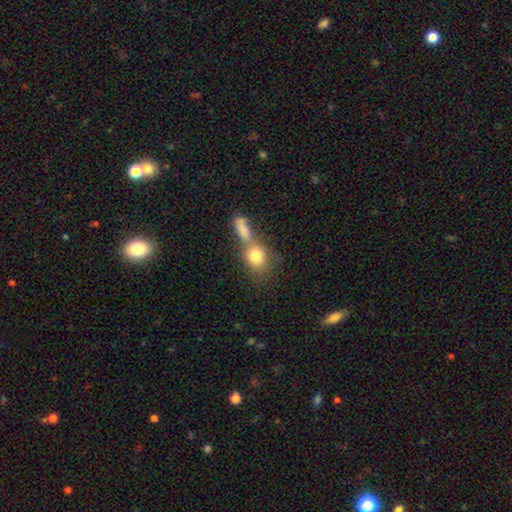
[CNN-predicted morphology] Smooth or featured?
  - smooth: 78% *
  - featured or disk: 13%
  - star or artifact: 9%
How rounded?
  - round: 54% *
  - in between: 42%
  - cigar-shaped: 4%
Merging?
  - merger: 50% *
  - none: 35%
  - minor disturbance: 9%
  - major disturbance: 6%